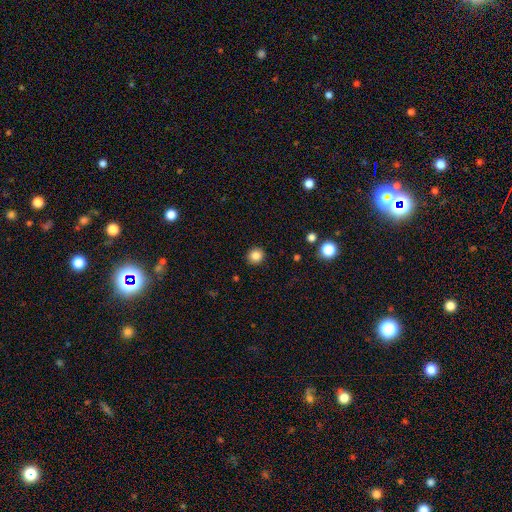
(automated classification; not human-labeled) Q: Smooth or featured?
A: smooth (84%); runner-up: star or artifact (11%)
Q: How rounded?
A: round (88%); runner-up: in between (11%)
Q: Merging?
A: none (90%); runner-up: minor disturbance (7%)